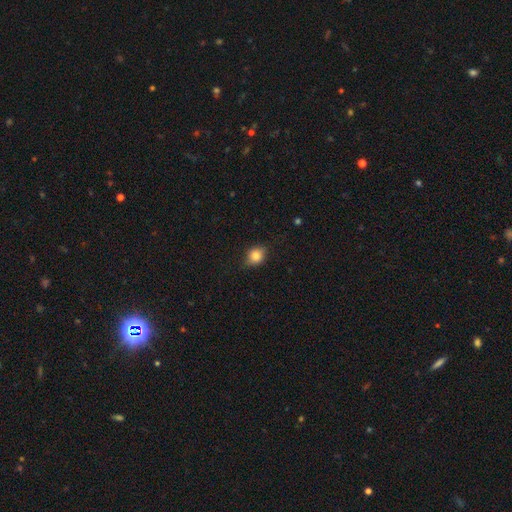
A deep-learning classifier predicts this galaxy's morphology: Smooth or featured? smooth (79%)
How rounded? round (62%)
Merging? none (77%)